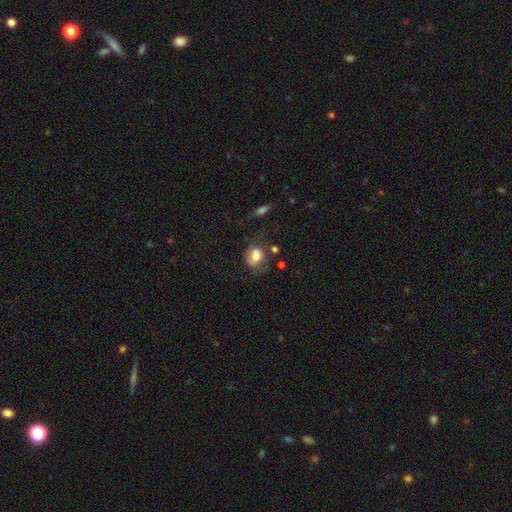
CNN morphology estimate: Overall: smooth (75%). How rounded: in between (52%; round 47%). Merging: none (47%; minor disturbance 27%).